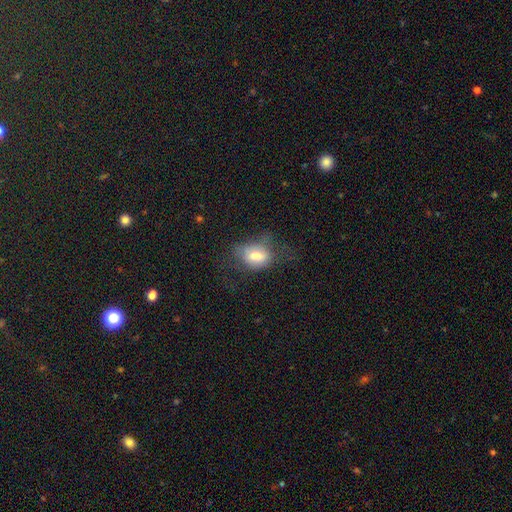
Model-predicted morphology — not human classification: Smooth or featured? smooth (67%)
How rounded? in between (75%)
Merging? none (36%)